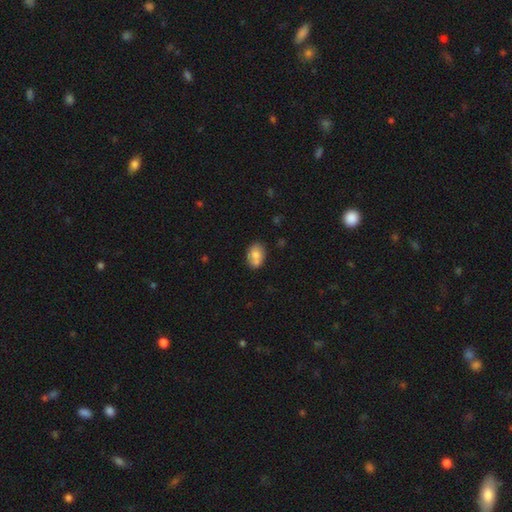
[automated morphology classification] This appears to be a smooth galaxy with no disk features (73%) that is in between round and cigar-shaped (76%). Merging: none (54%).